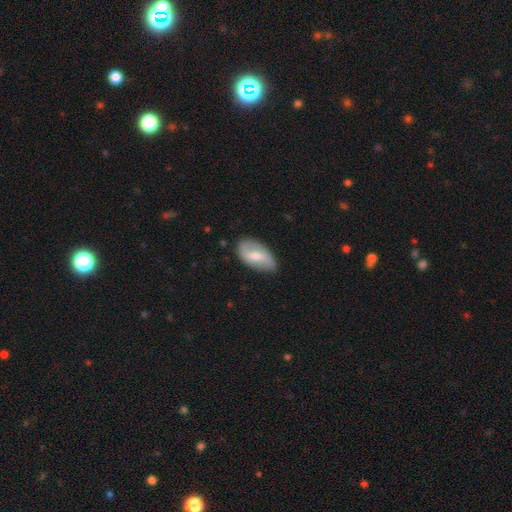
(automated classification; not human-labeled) Smooth or featured?
  - smooth: 50% *
  - featured or disk: 44%
  - star or artifact: 6%
Merging?
  - none: 72% *
  - minor disturbance: 22%
  - major disturbance: 5%
  - merger: 1%